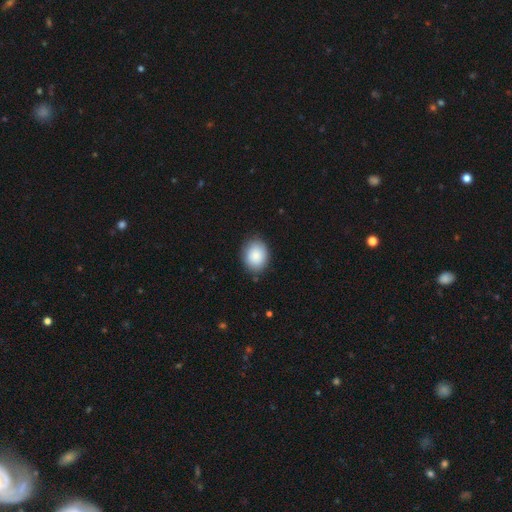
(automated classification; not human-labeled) This appears to be a smooth galaxy with no disk features (87%) that is in between round and cigar-shaped (53%). Merging: none (85%).